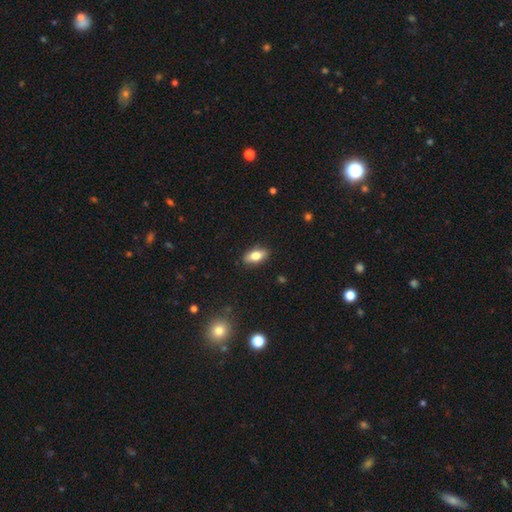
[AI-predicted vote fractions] smooth_or_featured: smooth (p=0.73) [alt: featured or disk p=0.19]
how_rounded: in between (p=0.85) [alt: cigar-shaped p=0.10]
merging: none (p=0.88) [alt: minor disturbance p=0.09]